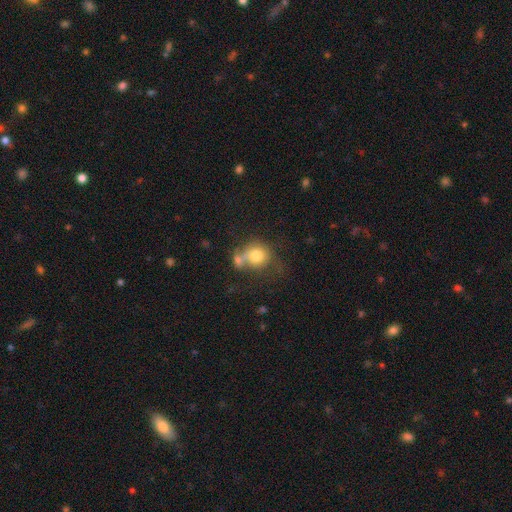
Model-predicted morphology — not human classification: smooth_or_featured: smooth (p=0.74) [alt: featured or disk p=0.16]
how_rounded: round (p=0.80) [alt: in between p=0.19]
merging: merger (p=0.37) [alt: none p=0.35]